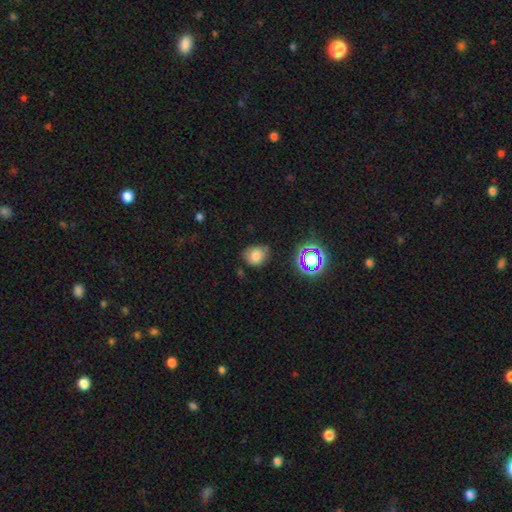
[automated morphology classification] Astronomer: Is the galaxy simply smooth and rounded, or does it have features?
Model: smooth — 74%.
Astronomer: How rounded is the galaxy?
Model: round — 63%.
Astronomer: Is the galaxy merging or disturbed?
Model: none — 66%.